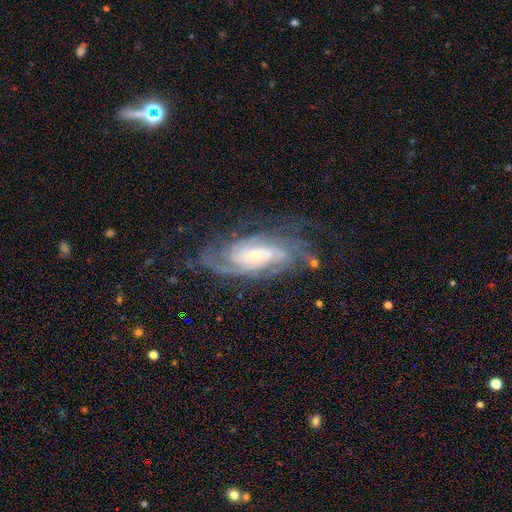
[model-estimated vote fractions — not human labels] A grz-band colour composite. It shows a featured or disk galaxy (88%) with no bar (59%), tight (67%) spiral arms (97%) and a small central bulge (62%). Merging: none (71%).